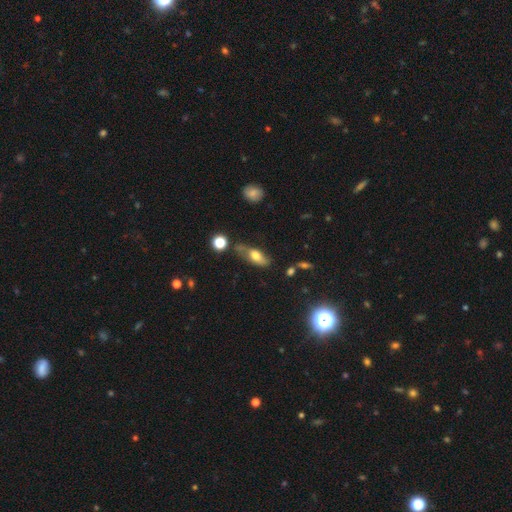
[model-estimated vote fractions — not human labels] Smooth or featured: smooth — 63% (featured or disk — 27%)
How rounded: in between — 75% (cigar-shaped — 20%)
Merging: none — 54% (minor disturbance — 27%)